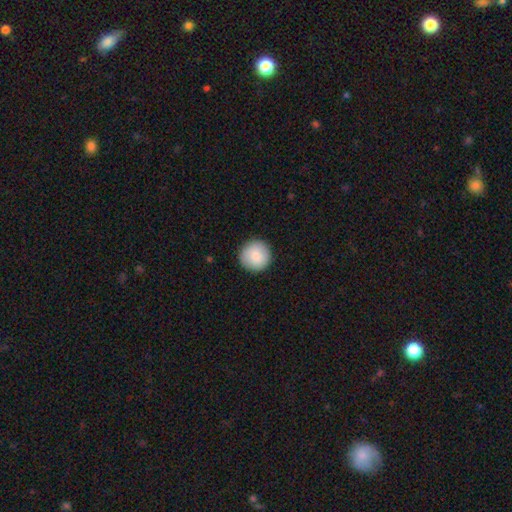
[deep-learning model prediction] A smooth galaxy with no disk features (85%) that is round (96%).

Vote fractions:
- Smooth or featured? smooth: 85% / featured or disk: 8% / star or artifact: 7%
- How rounded? round: 96% / in between: 3% / cigar-shaped: 1%
- Merging? none: 91% / minor disturbance: 6% / major disturbance: 2% / merger: 1%